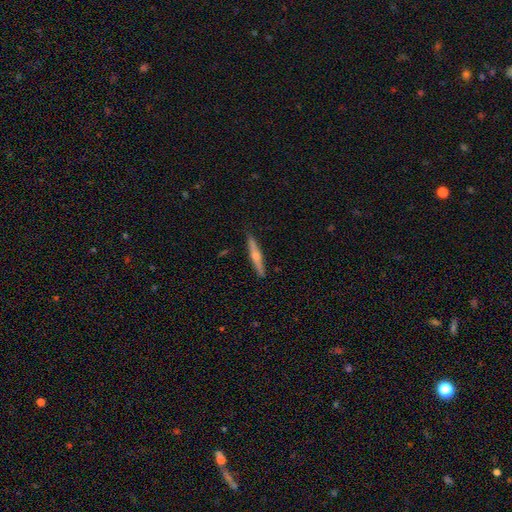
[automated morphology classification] This is possibly a featured or disk galaxy (56%). It is clearly viewed edge-on (97%). Edge-on bulge: clearly rounded (81%). Merging: clearly none (90%).